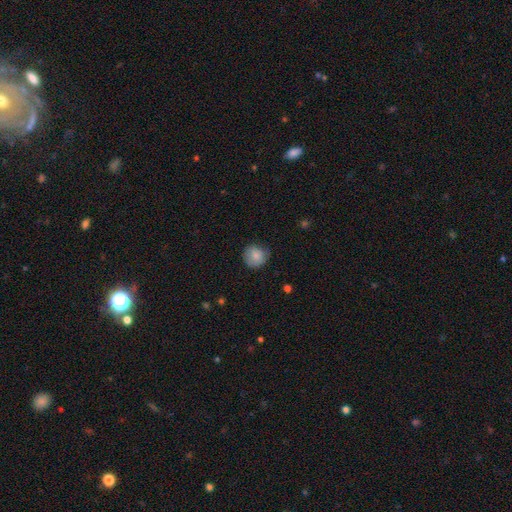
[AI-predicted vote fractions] A smooth galaxy with no disk features (82%) that is round (88%).

Vote fractions:
- Smooth or featured? smooth: 82% / featured or disk: 10% / star or artifact: 8%
- How rounded? round: 88% / in between: 11% / cigar-shaped: 1%
- Merging? none: 71% / minor disturbance: 23% / major disturbance: 5% / merger: 1%